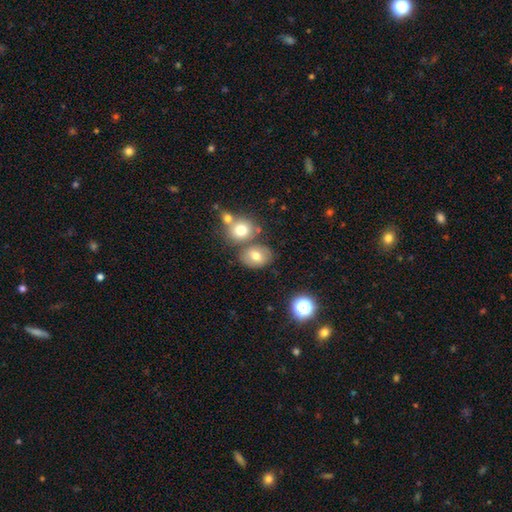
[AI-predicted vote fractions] smooth_or_featured: smooth (p=0.72) [alt: featured or disk p=0.16]
how_rounded: in between (p=0.59) [alt: round p=0.40]
merging: none (p=0.60) [alt: merger p=0.22]